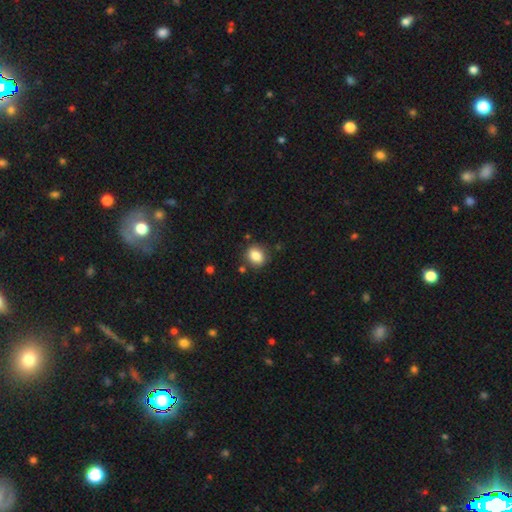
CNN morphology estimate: A smooth galaxy with no disk features (85%) that is in between round and cigar-shaped (53%). Merging: none (84%).